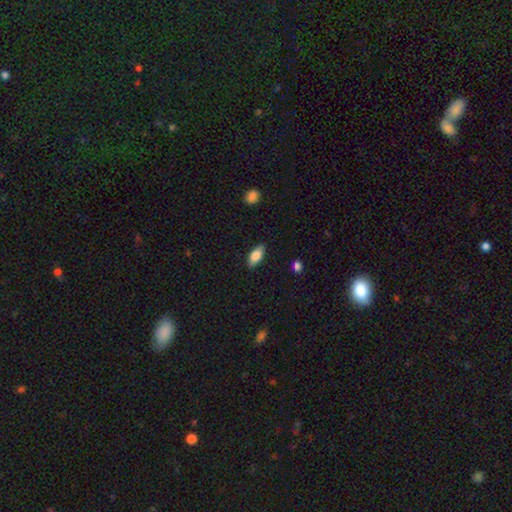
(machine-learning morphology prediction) Smooth or featured: smooth — 78% (featured or disk — 16%)
How rounded: in between — 83% (cigar-shaped — 14%)
Merging: none — 87% (minor disturbance — 10%)